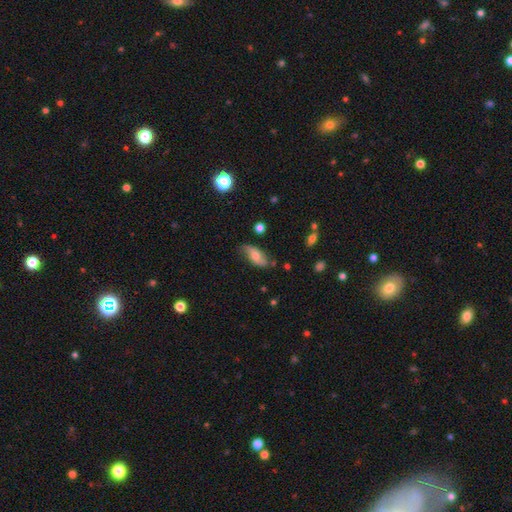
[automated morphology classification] The model was most divided on "smooth or featured": smooth: 48%, featured or disk: 45%, star or artifact: 8%. More confident: merging — none (68%).